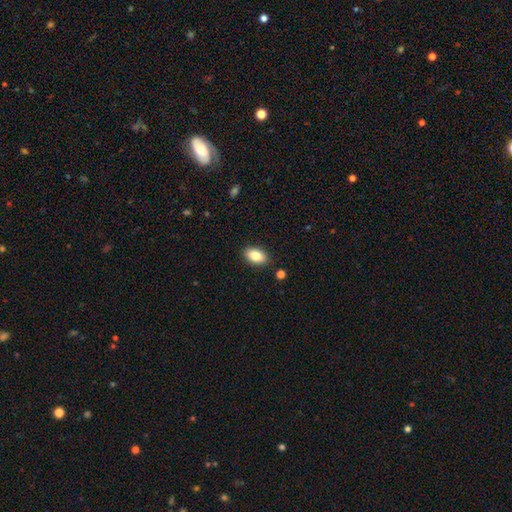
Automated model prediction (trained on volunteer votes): smooth-or-featured: smooth: 84% | featured or disk: 8% | star or artifact: 8%
  how-rounded: in between: 91% | round: 7% | cigar-shaped: 2%
  merging: none: 88% | minor disturbance: 8% | major disturbance: 2% | merger: 2%